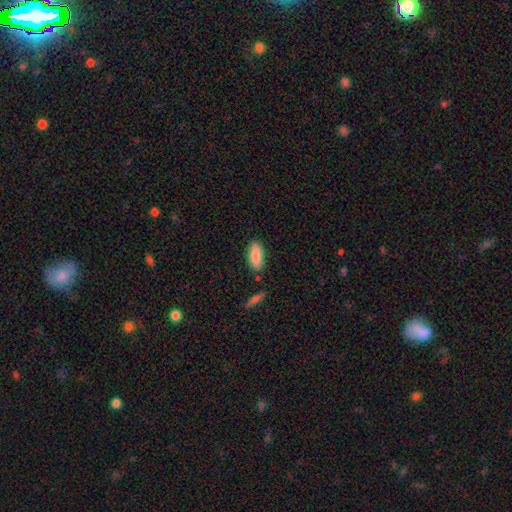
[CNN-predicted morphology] type=smooth (87%); roundness=in between (81%); merging=none (81%).